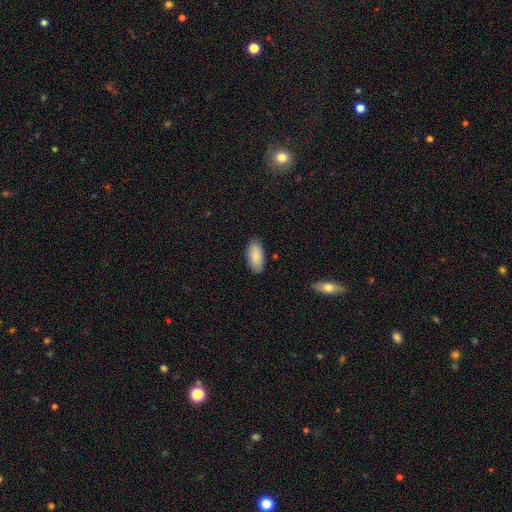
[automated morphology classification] smooth_or_featured: smooth (p=0.88) [alt: featured or disk p=0.06]
how_rounded: in between (p=0.91) [alt: cigar-shaped p=0.07]
merging: none (p=0.87) [alt: minor disturbance p=0.10]